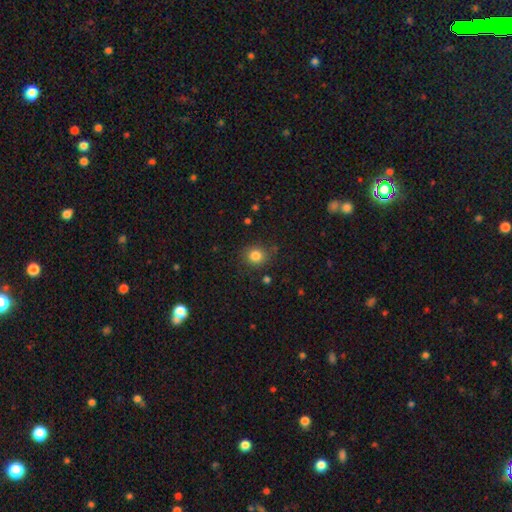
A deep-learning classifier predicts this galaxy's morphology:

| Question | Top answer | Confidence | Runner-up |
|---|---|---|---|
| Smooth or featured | smooth | 83% | star or artifact (11%) |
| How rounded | round | 78% | in between (21%) |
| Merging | none | 83% | minor disturbance (11%) |